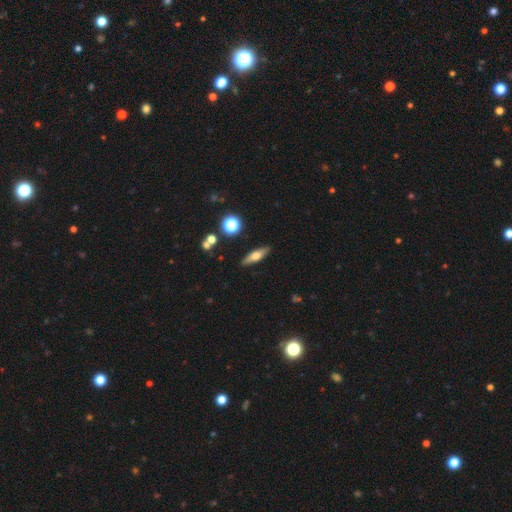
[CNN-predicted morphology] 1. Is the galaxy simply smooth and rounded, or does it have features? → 52% smooth, 39% featured or disk, 9% star or artifact.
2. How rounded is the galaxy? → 57% cigar-shaped, 39% in between, 4% round.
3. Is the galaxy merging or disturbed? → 87% none, 9% minor disturbance, 2% major disturbance, 2% merger.